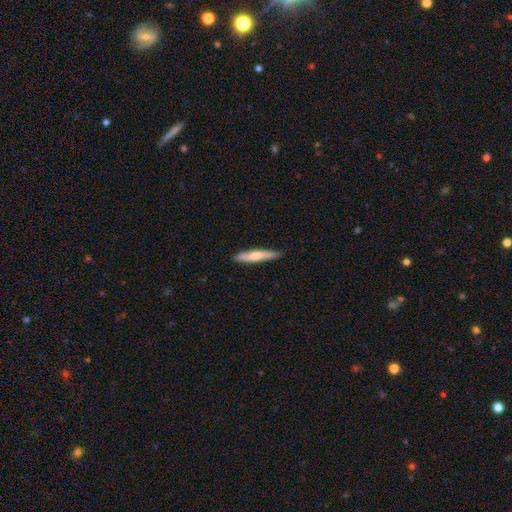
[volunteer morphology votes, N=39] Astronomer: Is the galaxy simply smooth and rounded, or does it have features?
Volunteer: smooth — 54% (runner-up: featured or disk, 38%).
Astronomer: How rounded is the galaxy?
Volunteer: cigar-shaped — 76%.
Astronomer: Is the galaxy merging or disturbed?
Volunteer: none — 94%.